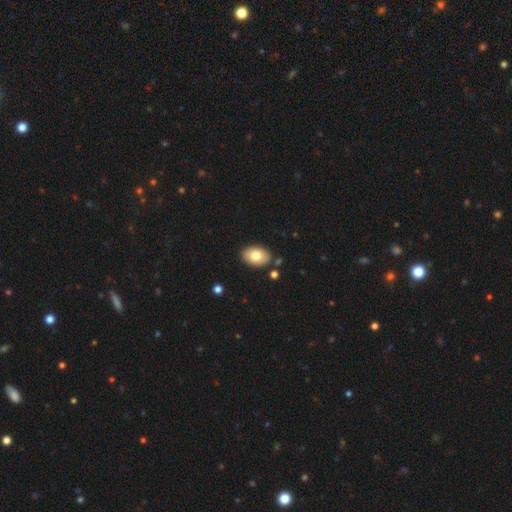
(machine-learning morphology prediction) This is likely a smooth galaxy (78%). How rounded: clearly in between (86%). Merging: clearly none (85%).